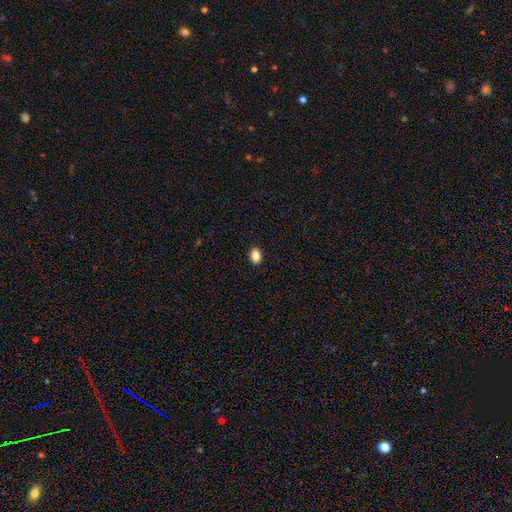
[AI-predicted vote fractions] Smooth or featured? Predicted: smooth (p=0.87). How rounded? Predicted: in between (p=0.73). Merging? Predicted: none (p=0.91).